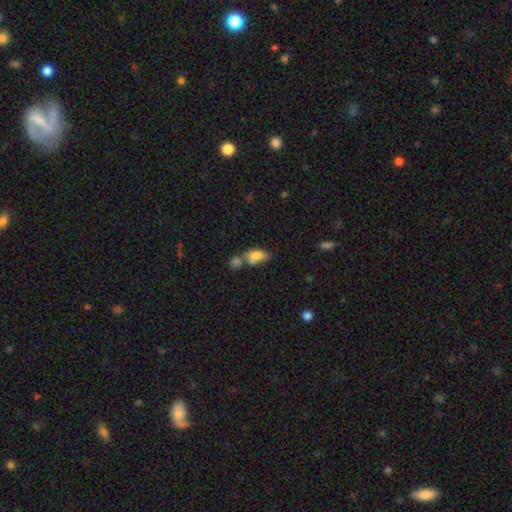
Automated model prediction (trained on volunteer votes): Smooth or featured? Predicted: smooth (p=0.70). How rounded? Predicted: in between (p=0.79). Merging? Predicted: merger (p=0.41).